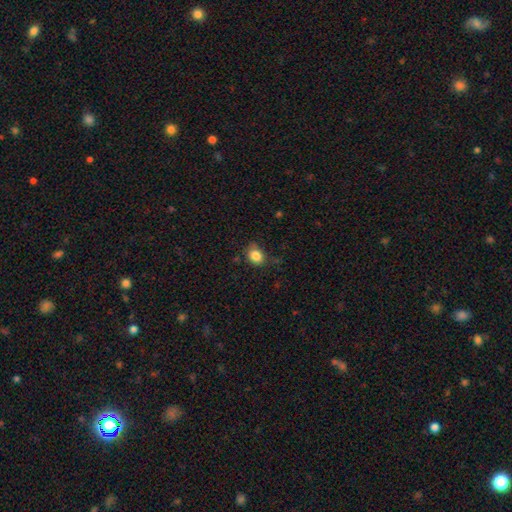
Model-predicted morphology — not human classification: This appears to be a smooth galaxy with no disk features (84%) that is in between round and cigar-shaped (54%). Merging: none (67%).